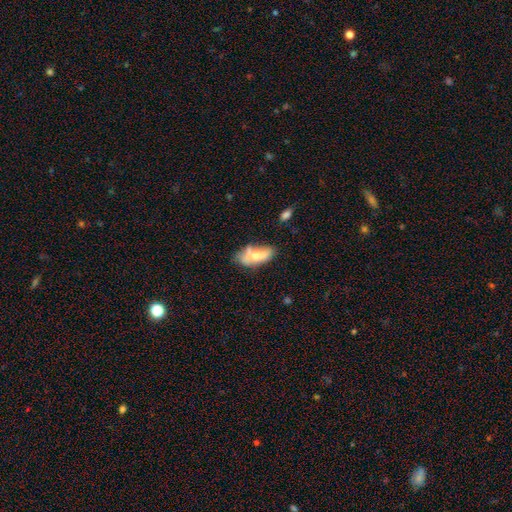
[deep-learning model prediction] Smooth or featured? smooth (58%)
How rounded? in between (82%)
Merging? none (44%)